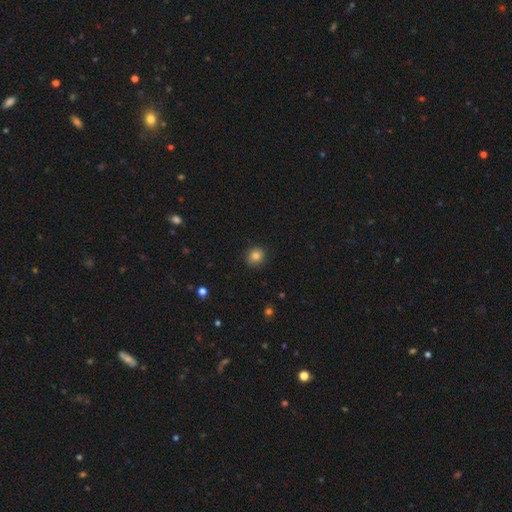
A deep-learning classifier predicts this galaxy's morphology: A smooth galaxy with no disk features (83%) that is round (85%).

Vote fractions:
- Smooth or featured? smooth: 83% / star or artifact: 11% / featured or disk: 6%
- How rounded? round: 85% / in between: 14% / cigar-shaped: 1%
- Merging? none: 88% / minor disturbance: 9% / major disturbance: 2% / merger: 1%